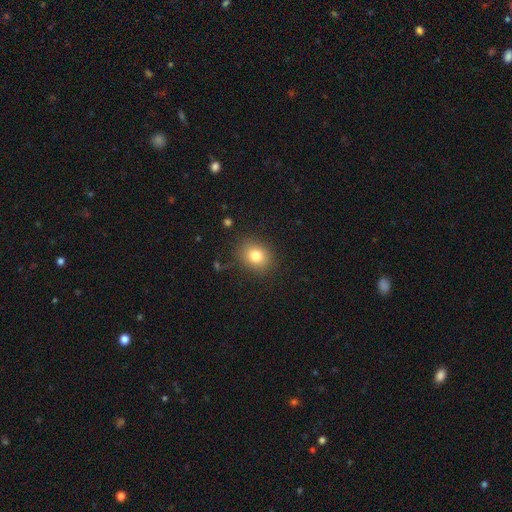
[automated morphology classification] Overall: smooth (80%). How rounded: round (58%; in between 41%). Merging: none (85%).